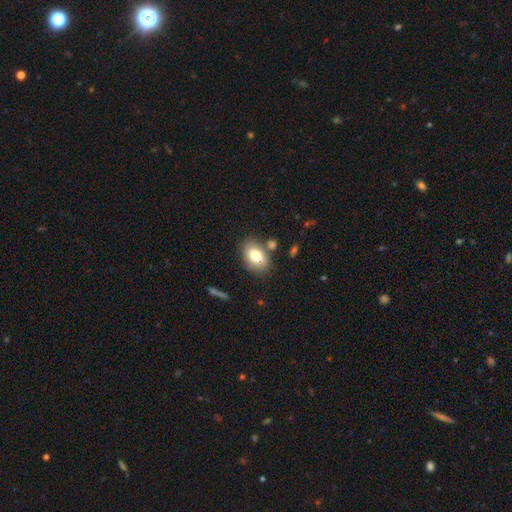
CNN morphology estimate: Smooth or featured? Predicted: smooth (p=0.75). How rounded? Predicted: in between (p=0.85). Merging? Predicted: none (p=0.71).